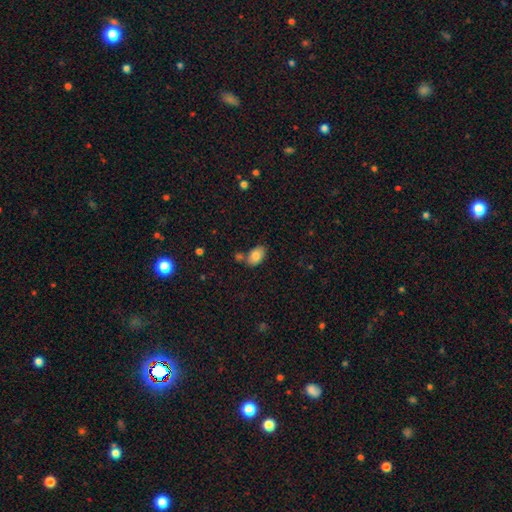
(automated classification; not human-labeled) This appears to be a smooth galaxy with no disk features (84%) that is in between round and cigar-shaped (90%). Merging: none (62%).